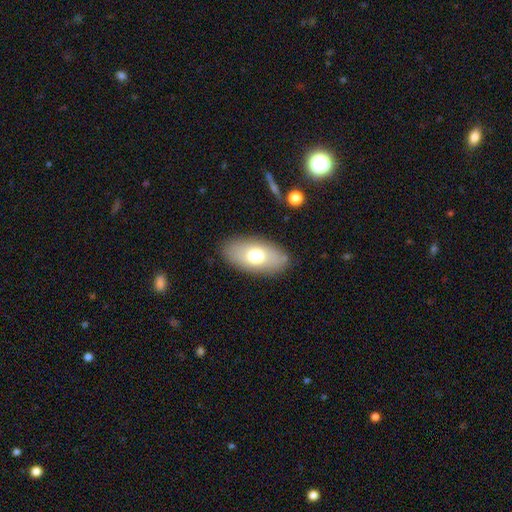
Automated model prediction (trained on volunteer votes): Smooth or featured?
  - smooth: 69% *
  - featured or disk: 24%
  - star or artifact: 7%
How rounded?
  - in between: 93% *
  - round: 4%
  - cigar-shaped: 3%
Merging?
  - none: 84% *
  - minor disturbance: 11%
  - major disturbance: 3%
  - merger: 2%